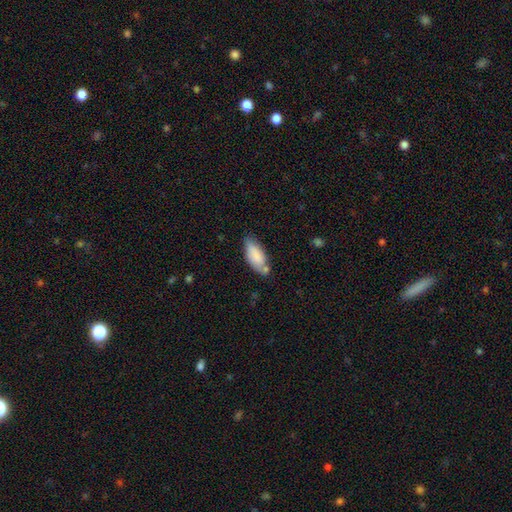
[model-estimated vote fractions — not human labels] smooth_or_featured: smooth (p=0.81) [alt: featured or disk p=0.12]
how_rounded: in between (p=0.83) [alt: cigar-shaped p=0.15]
merging: none (p=0.55) [alt: minor disturbance p=0.26]